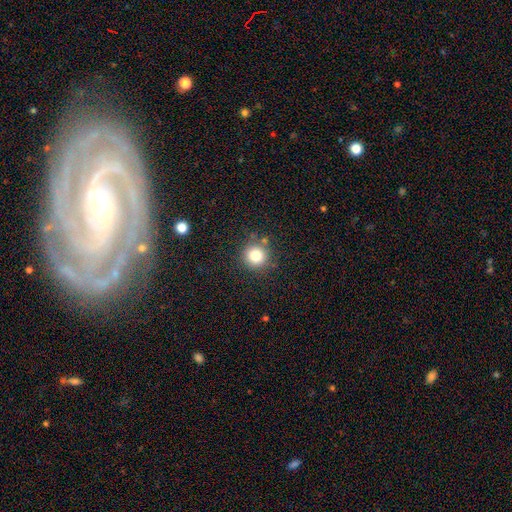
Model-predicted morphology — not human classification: type=smooth (80%); roundness=round (94%); merging=none (84%).